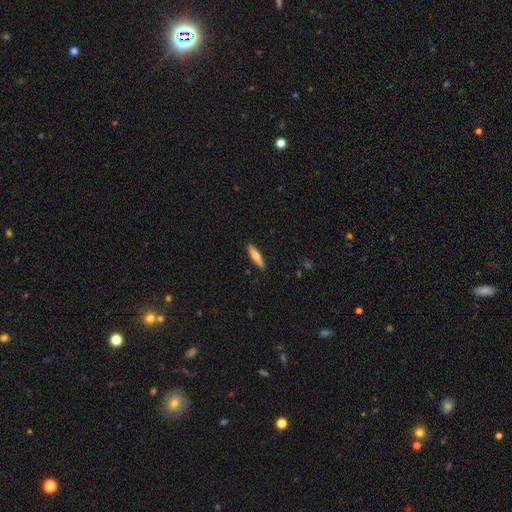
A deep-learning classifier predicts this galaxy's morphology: This appears to be a smooth galaxy with no disk features (53%) that is cigar-shaped (76%). Merging: none (90%).